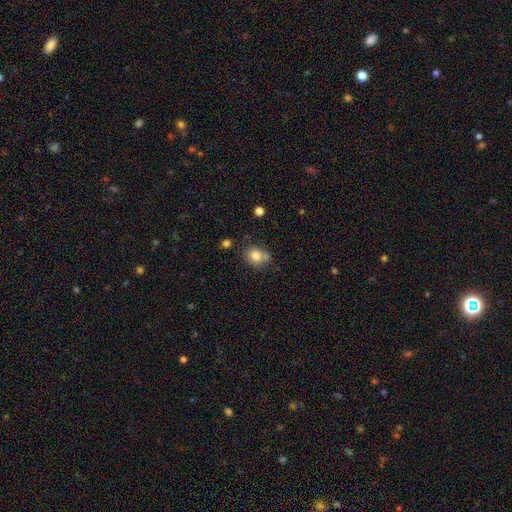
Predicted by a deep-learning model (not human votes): Q: Smooth or featured?
A: smooth (78%); runner-up: featured or disk (11%)
Q: How rounded?
A: round (63%); runner-up: in between (37%)
Q: Merging?
A: none (65%); runner-up: minor disturbance (19%)